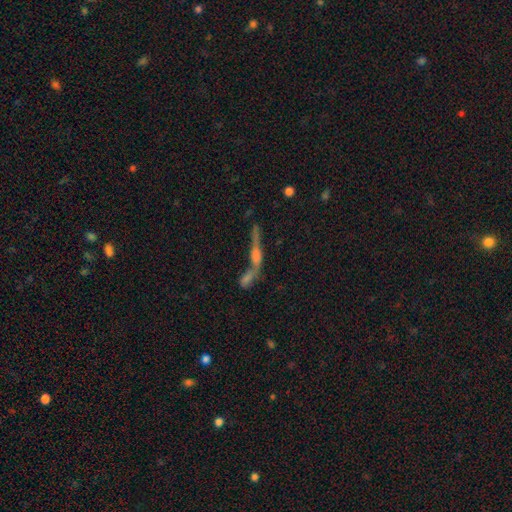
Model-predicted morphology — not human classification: Overall: featured or disk (58%; smooth 25%). Edge-on disk: yes (70%; no 30%). Merging: merger (59%; none 25%).